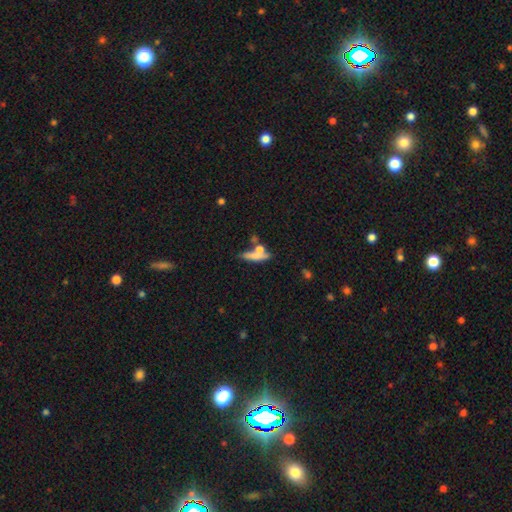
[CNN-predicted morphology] smooth_or_featured: smooth (p=0.60) [alt: featured or disk p=0.30]
how_rounded: cigar-shaped (p=0.68) [alt: in between p=0.25]
merging: none (p=0.46) [alt: merger p=0.31]